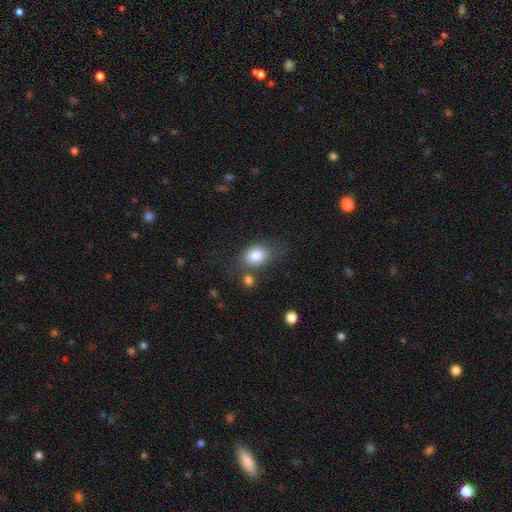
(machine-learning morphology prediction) This is clearly a smooth galaxy (82%). How rounded: likely in between (61%). Merging: likely none (62%).